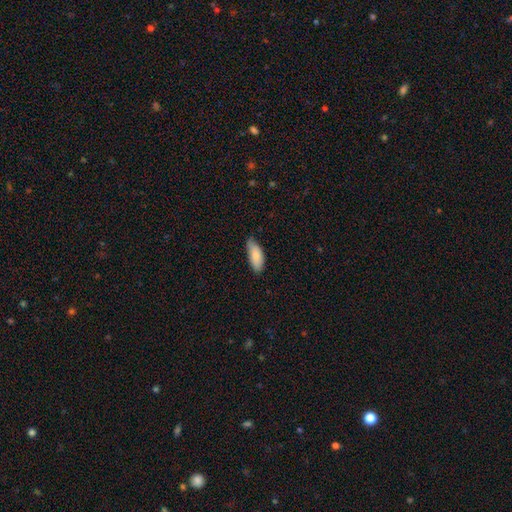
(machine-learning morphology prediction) Smooth or featured: smooth — 85% (featured or disk — 9%)
How rounded: in between — 80% (cigar-shaped — 18%)
Merging: none — 70% (minor disturbance — 26%)